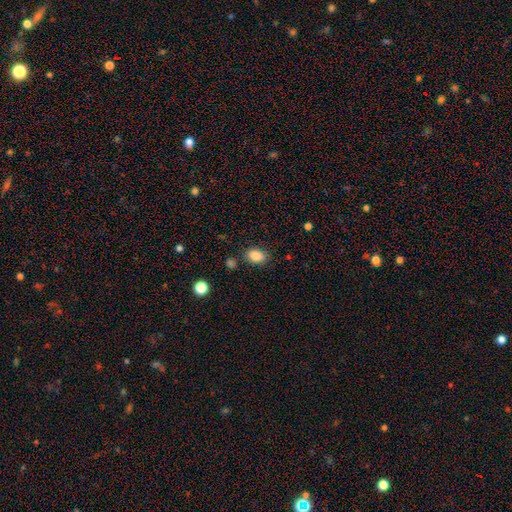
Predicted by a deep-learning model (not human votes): Morphology: type=smooth (86%); roundness=in between (80%); merging=none (80%).